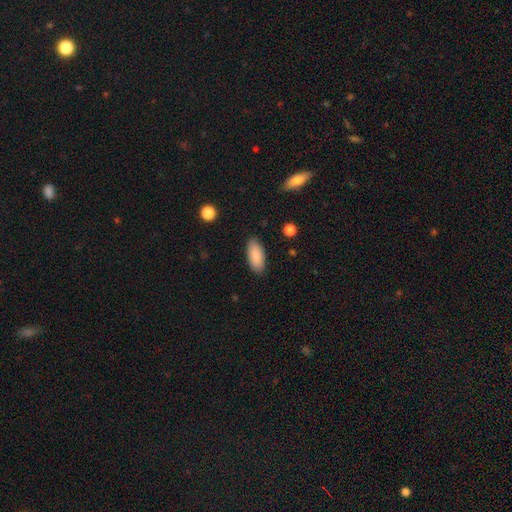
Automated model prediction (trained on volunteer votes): Overall: smooth (88%). How rounded: in between (88%). Merging: none (87%).